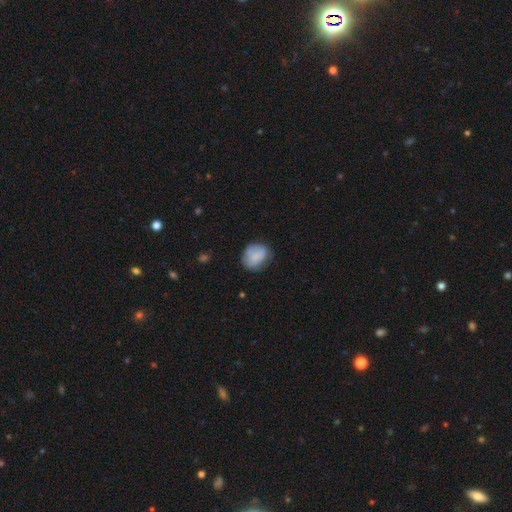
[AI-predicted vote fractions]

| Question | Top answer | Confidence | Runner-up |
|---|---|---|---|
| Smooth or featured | smooth | 78% | featured or disk (14%) |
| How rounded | round | 59% | in between (40%) |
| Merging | none | 63% | minor disturbance (27%) |